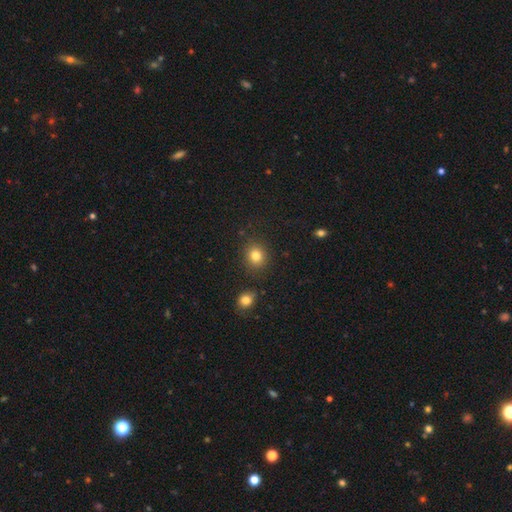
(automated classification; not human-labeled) Overall: smooth (82%). How rounded: round (77%). Merging: none (85%).